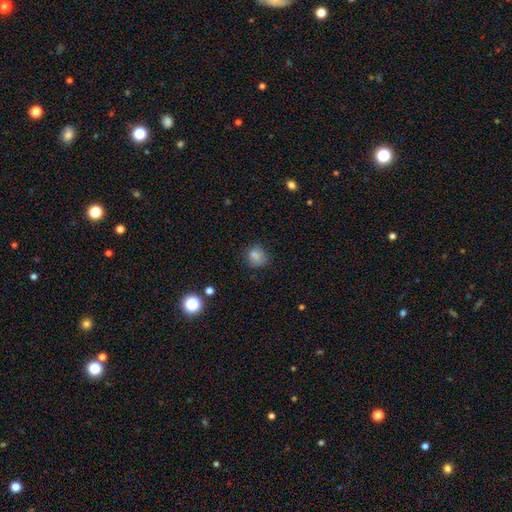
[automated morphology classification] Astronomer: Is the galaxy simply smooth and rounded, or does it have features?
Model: smooth — 81%.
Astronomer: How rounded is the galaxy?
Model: round — 72%.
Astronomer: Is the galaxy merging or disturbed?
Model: none — 72%.